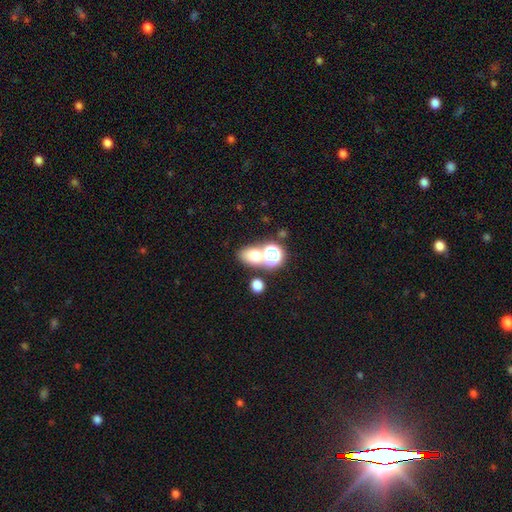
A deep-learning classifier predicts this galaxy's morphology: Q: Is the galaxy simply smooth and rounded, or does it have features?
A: smooth — 66%.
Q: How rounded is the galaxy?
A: in between — 59%.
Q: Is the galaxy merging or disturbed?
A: none — 47%.